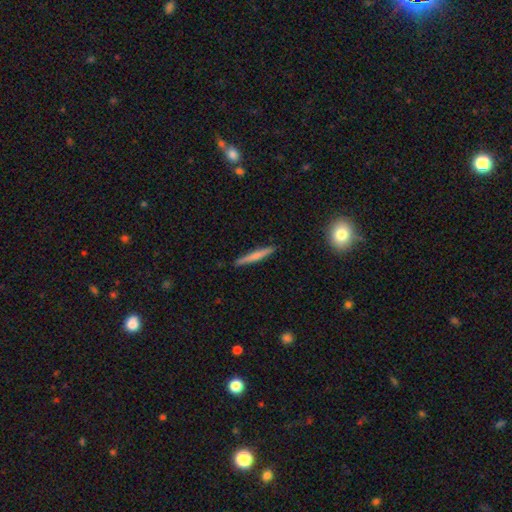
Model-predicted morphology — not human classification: smooth-or-featured: smooth: 63% | featured or disk: 31% | star or artifact: 6%
  how-rounded: cigar-shaped: 95% | in between: 3% | round: 2%
  merging: none: 90% | minor disturbance: 7% | major disturbance: 1% | merger: 1%